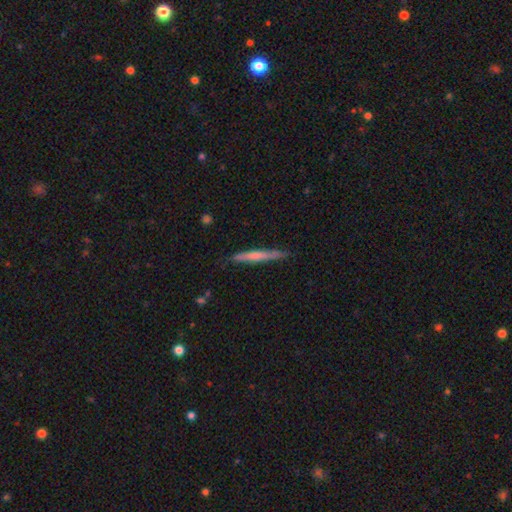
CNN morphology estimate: Smooth or featured? Predicted: smooth (p=0.57). How rounded? Predicted: cigar-shaped (p=0.96). Merging? Predicted: none (p=0.82).